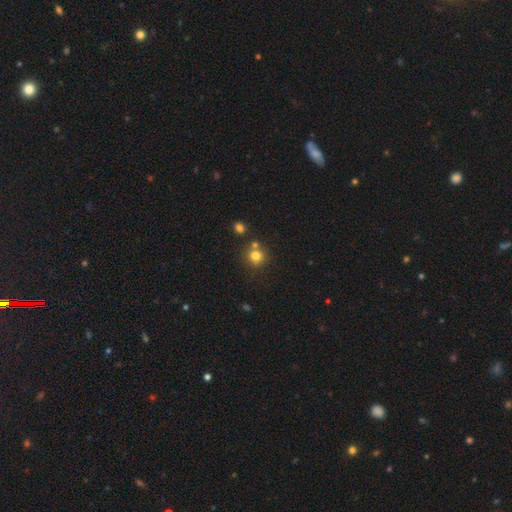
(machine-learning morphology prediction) The model was most divided on "merging": none: 67%, merger: 20%, minor disturbance: 9%, major disturbance: 3%. More confident: how rounded — round (89%); smooth or featured — smooth (77%).